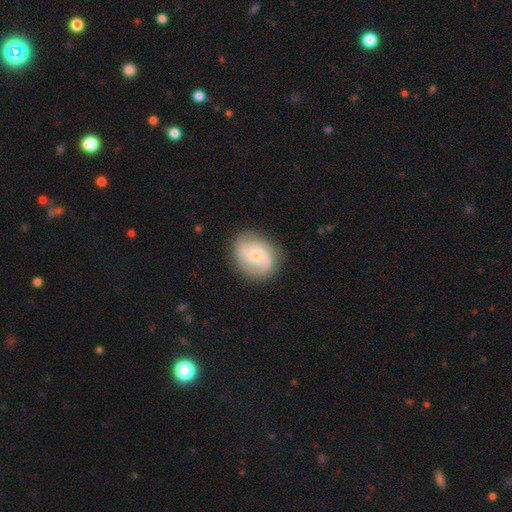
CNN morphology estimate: Smooth or featured? featured or disk (81%)
Edge-on disk? no (98%)
Bar? no (54%)
Spiral arms? yes (96%)
Spiral winding? medium (50%)
Spiral arm count? 2 (82%)
Bulge size? small (64%)
Merging? none (82%)